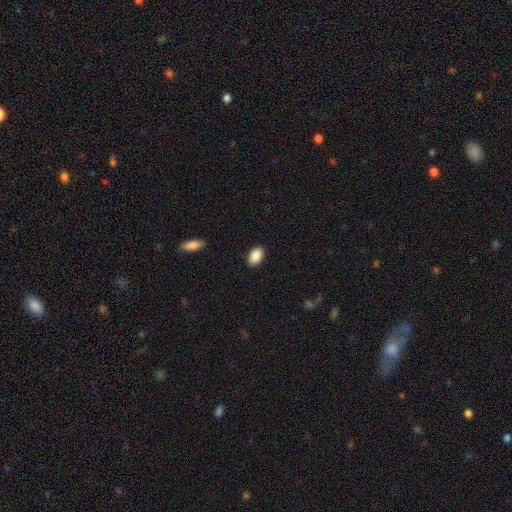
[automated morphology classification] smooth 90%, star or artifact 7%, featured or disk 4%. Down the decision tree: how rounded — in between (93%); merging — none (89%).